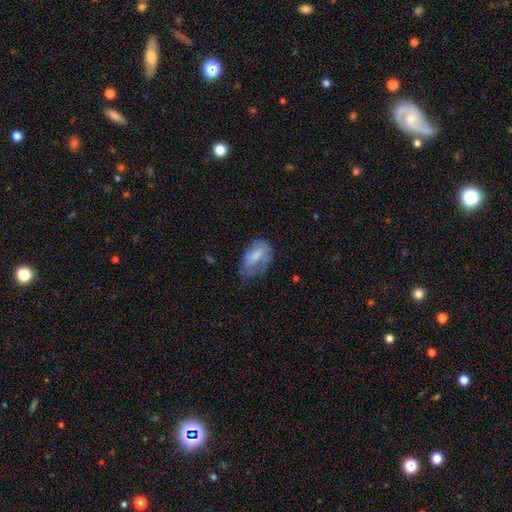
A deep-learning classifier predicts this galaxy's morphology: Smooth or featured: smooth — 61% (featured or disk — 31%)
How rounded: in between — 89% (round — 8%)
Merging: none — 40% (minor disturbance — 36%)